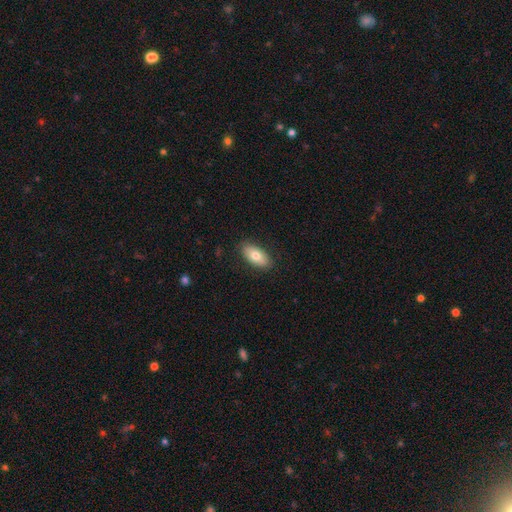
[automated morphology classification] type=smooth (76%); roundness=in between (91%); merging=none (87%).